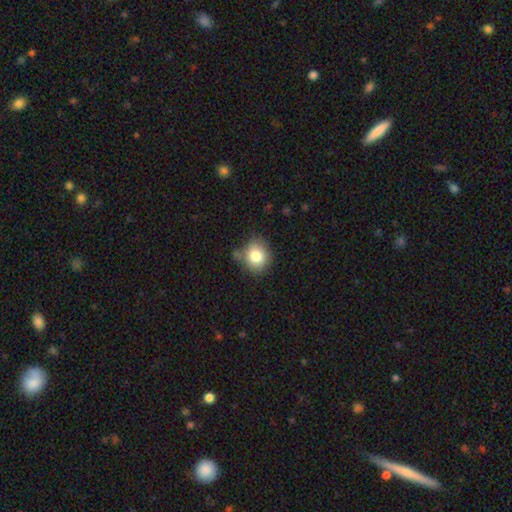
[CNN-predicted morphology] Smooth or featured?
  - smooth: 80% *
  - star or artifact: 10%
  - featured or disk: 10%
How rounded?
  - round: 75% *
  - in between: 24%
  - cigar-shaped: 1%
Merging?
  - none: 67% *
  - minor disturbance: 22%
  - major disturbance: 6%
  - merger: 5%